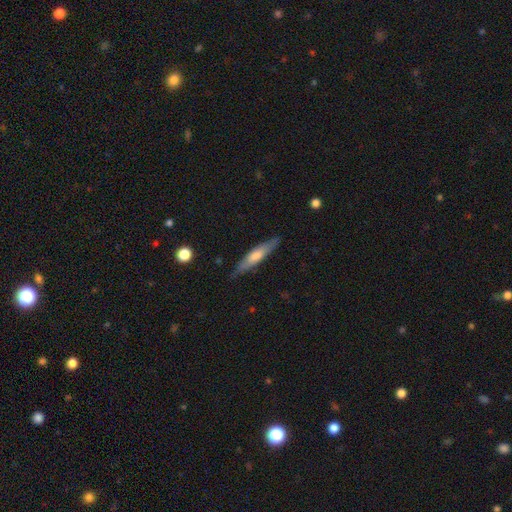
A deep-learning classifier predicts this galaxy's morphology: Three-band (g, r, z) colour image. It shows a smooth galaxy with no disk features (52%) that is cigar-shaped (84%). Merging: none (83%).